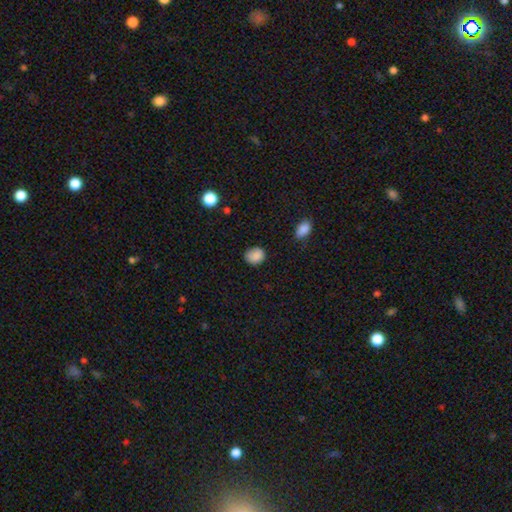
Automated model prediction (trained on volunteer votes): Smooth or featured? Predicted: smooth (p=0.87). How rounded? Predicted: round (p=0.65). Merging? Predicted: none (p=0.77).